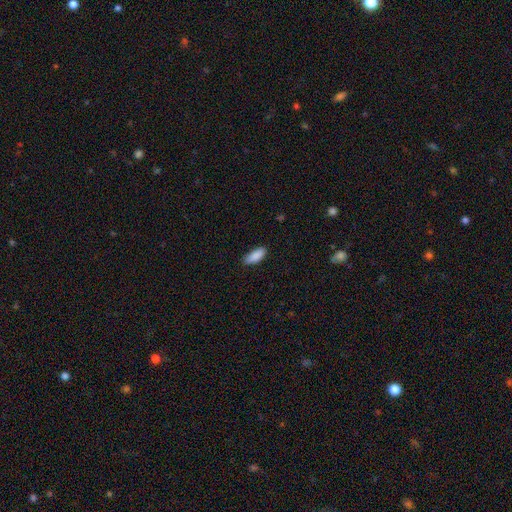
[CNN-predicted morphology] Smooth or featured? smooth (89%)
How rounded? in between (79%)
Merging? none (81%)